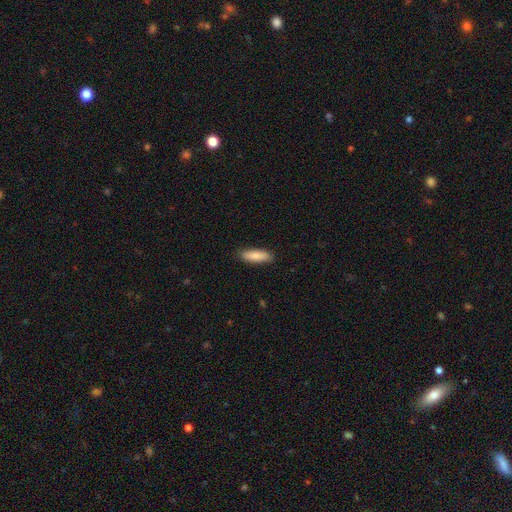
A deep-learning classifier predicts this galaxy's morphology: smooth_or_featured: smooth (p=0.83) [alt: featured or disk p=0.11]
how_rounded: in between (p=0.53) [alt: cigar-shaped p=0.45]
merging: none (p=0.88) [alt: minor disturbance p=0.09]